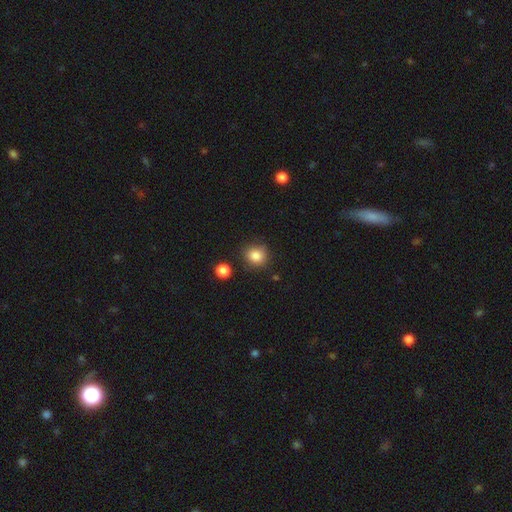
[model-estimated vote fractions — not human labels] A smooth galaxy with no disk features (85%) that is round (85%).

Vote fractions:
- Smooth or featured? smooth: 85% / star or artifact: 10% / featured or disk: 5%
- How rounded? round: 85% / in between: 14% / cigar-shaped: 1%
- Merging? none: 81% / minor disturbance: 12% / merger: 4% / major disturbance: 3%